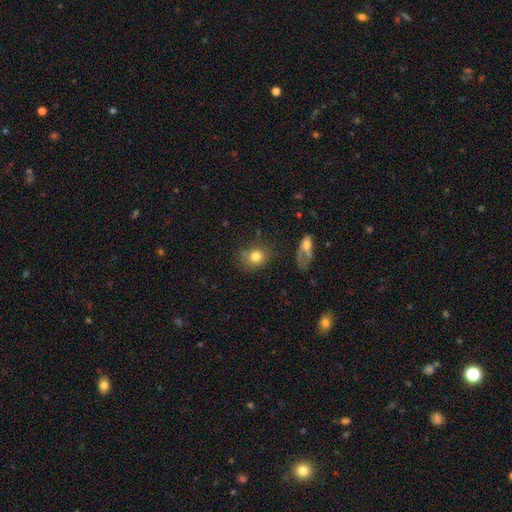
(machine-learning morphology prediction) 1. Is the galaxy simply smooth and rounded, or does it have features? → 80% smooth, 10% featured or disk, 10% star or artifact.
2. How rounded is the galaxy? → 61% round, 37% in between, 2% cigar-shaped.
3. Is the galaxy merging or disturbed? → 61% none, 21% minor disturbance, 10% major disturbance, 7% merger.